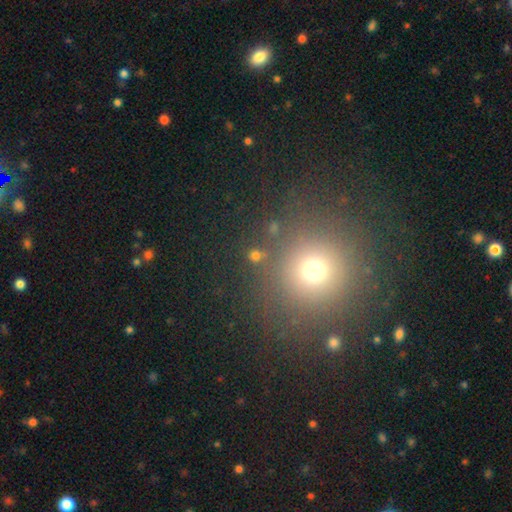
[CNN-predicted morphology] This is likely a smooth galaxy (66%). How rounded: clearly round (88%). Merging: clearly none (80%).